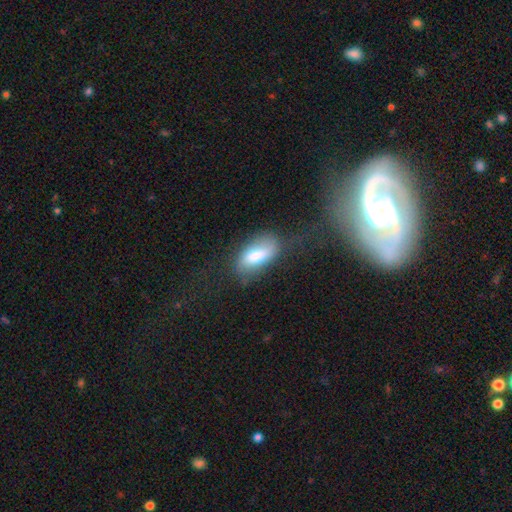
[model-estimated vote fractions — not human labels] This appears to be a smooth galaxy with no disk features (71%) that is in between round and cigar-shaped (89%). Merging: none (55%).